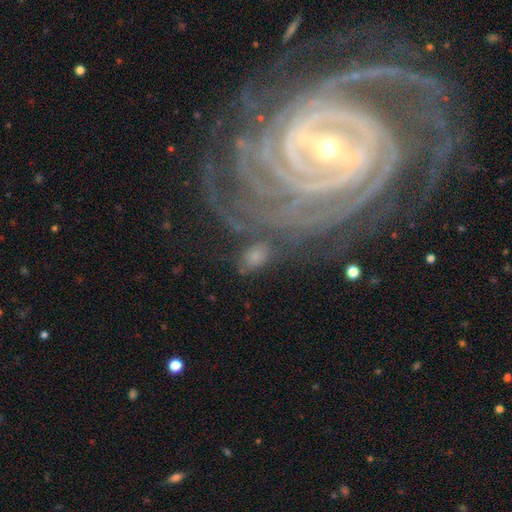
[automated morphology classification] The model was most divided on "smooth or featured": smooth: 43%, featured or disk: 41%, star or artifact: 16%. More confident: merging — none (66%).